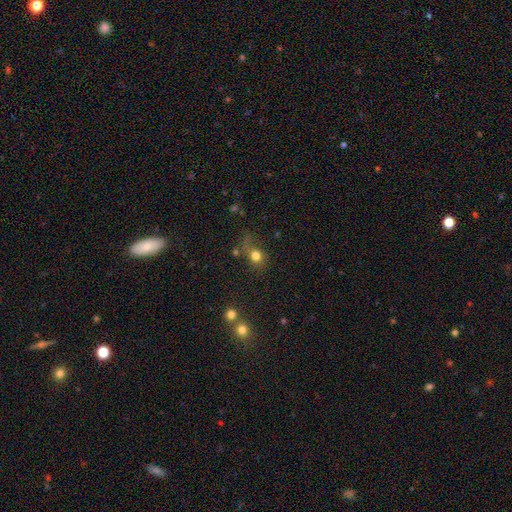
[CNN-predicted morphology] A smooth galaxy with no disk features (74%) that is round (72%).

Vote fractions:
- Smooth or featured? smooth: 74% / star or artifact: 15% / featured or disk: 12%
- How rounded? round: 72% / in between: 27% / cigar-shaped: 2%
- Merging? none: 50% / major disturbance: 20% / minor disturbance: 20% / merger: 10%